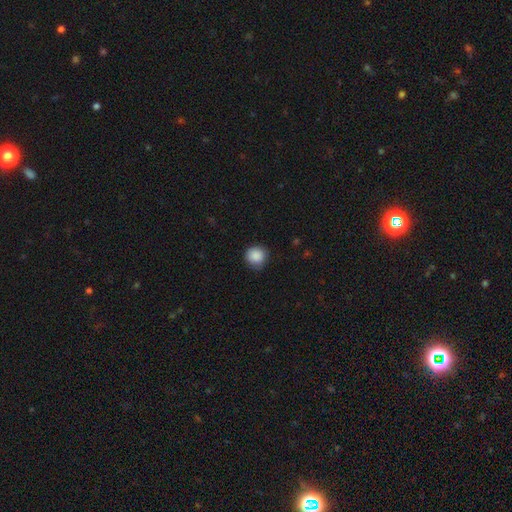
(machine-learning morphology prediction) A smooth galaxy with no disk features (88%) that is round (93%).

Vote fractions:
- Smooth or featured? smooth: 88% / star or artifact: 9% / featured or disk: 3%
- How rounded? round: 93% / in between: 6% / cigar-shaped: 1%
- Merging? none: 84% / minor disturbance: 12% / major disturbance: 2% / merger: 1%